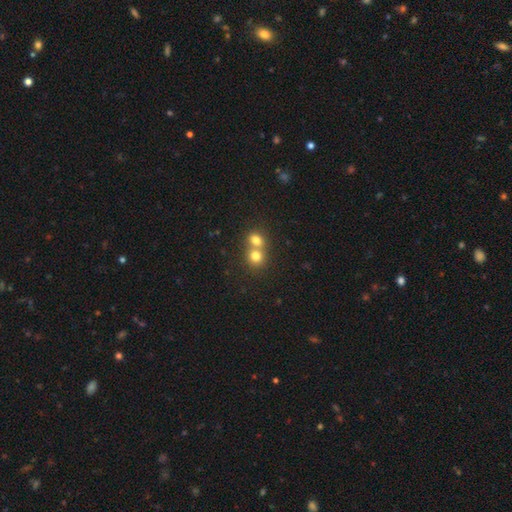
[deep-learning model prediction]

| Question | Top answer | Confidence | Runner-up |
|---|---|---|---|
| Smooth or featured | smooth | 76% | star or artifact (12%) |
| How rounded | round | 80% | in between (19%) |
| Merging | merger | 60% | none (34%) |